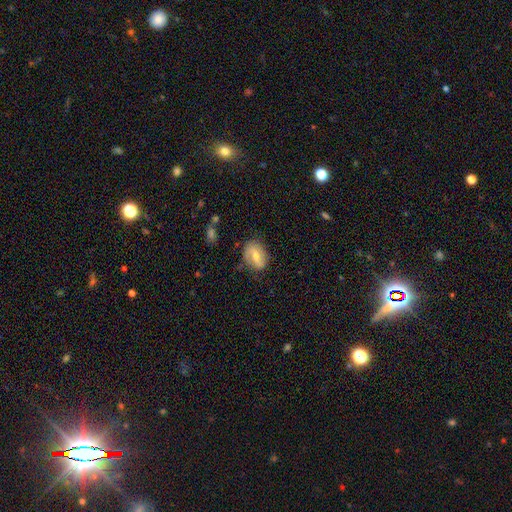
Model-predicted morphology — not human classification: featured or disk 53%, smooth 37%, star or artifact 10%. Down the decision tree: edge-on disk — no (94%); merging — none (67%).